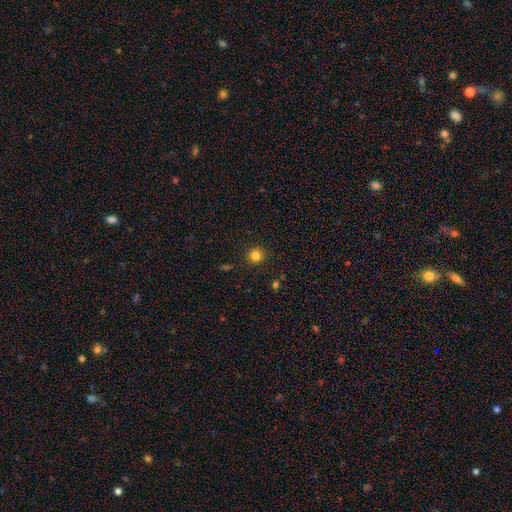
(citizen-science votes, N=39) This is clearly a smooth galaxy (85%). How rounded: clearly round (91%). Merging: clearly none (91%).